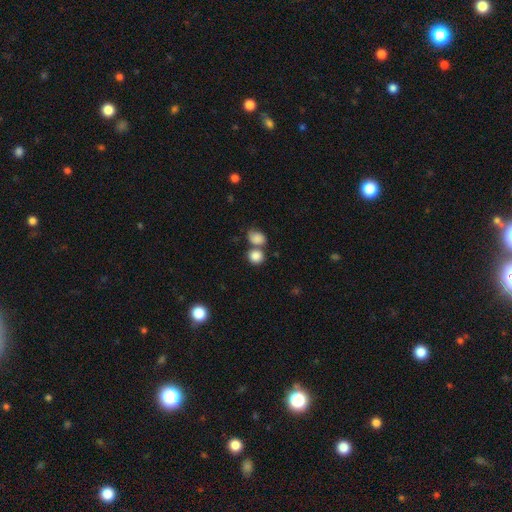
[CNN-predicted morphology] The model was most divided on "merging": none: 47%, merger: 40%, minor disturbance: 9%, major disturbance: 4%. More confident: smooth or featured — smooth (85%); how rounded — round (76%).